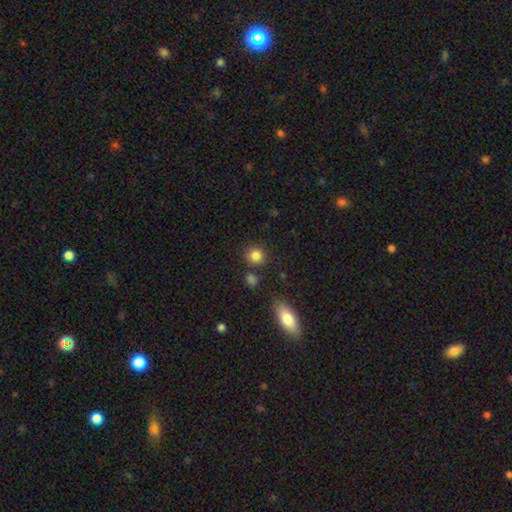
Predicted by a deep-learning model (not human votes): This is clearly a smooth galaxy (84%). How rounded: clearly round (86%). Merging: clearly none (82%).